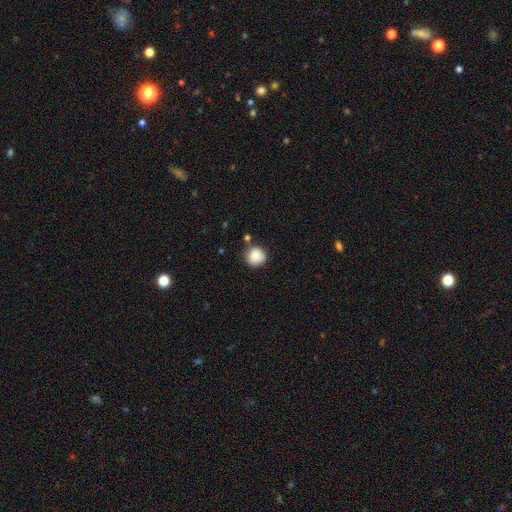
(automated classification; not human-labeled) Q: Smooth or featured?
A: smooth (86%); runner-up: star or artifact (9%)
Q: How rounded?
A: round (91%); runner-up: in between (8%)
Q: Merging?
A: none (71%); runner-up: minor disturbance (17%)